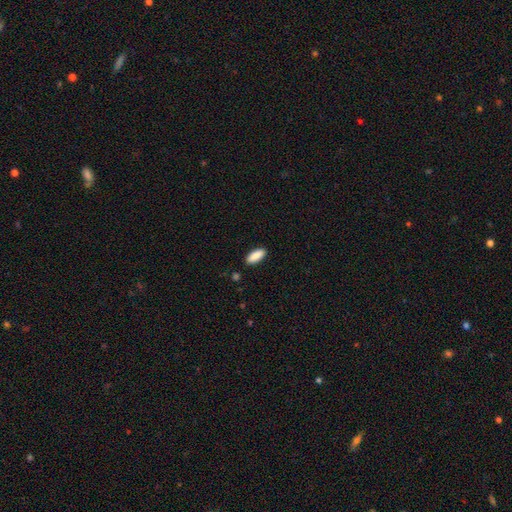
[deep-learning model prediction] A smooth galaxy with no disk features (89%) that is in between round and cigar-shaped (79%). Merging: none (89%).